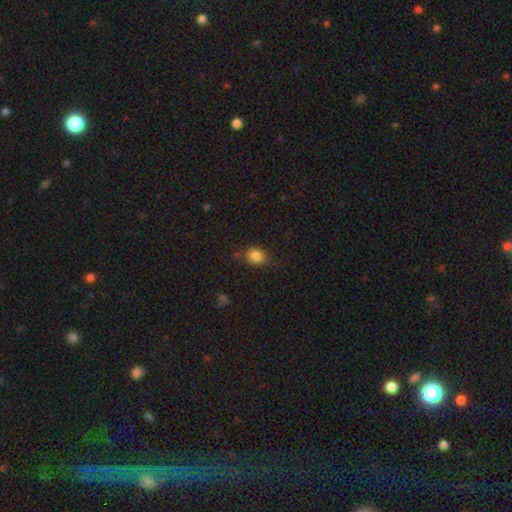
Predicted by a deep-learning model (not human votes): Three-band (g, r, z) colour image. It shows a smooth galaxy with no disk features (85%) that is round (54%). Merging: none (76%).